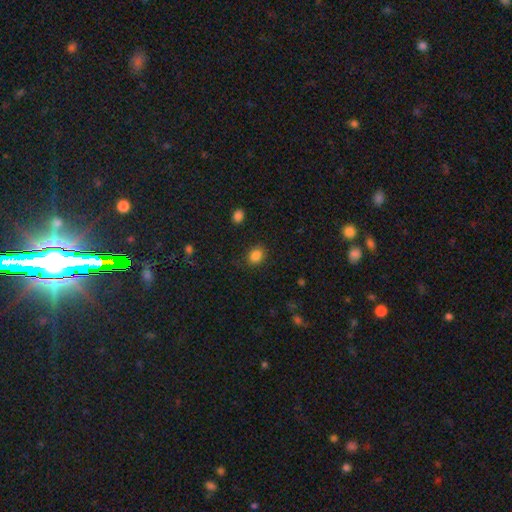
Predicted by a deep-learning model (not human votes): The model was most divided on "how rounded": round: 51%, in between: 48%, cigar-shaped: 1%. More confident: smooth or featured — smooth (84%); merging — none (84%).